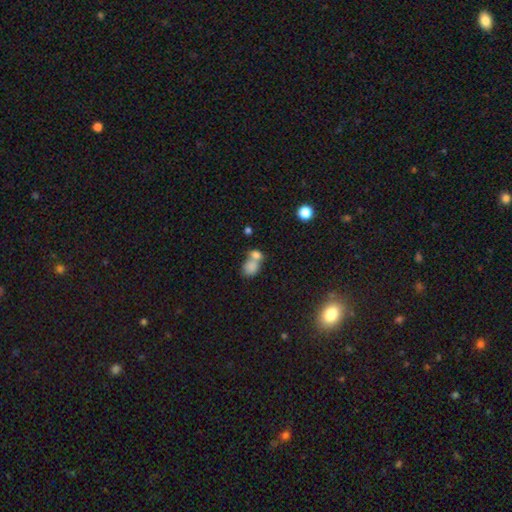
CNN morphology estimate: A smooth galaxy with no disk features (78%) that is in between round and cigar-shaped (58%). Merging: merger (66%).